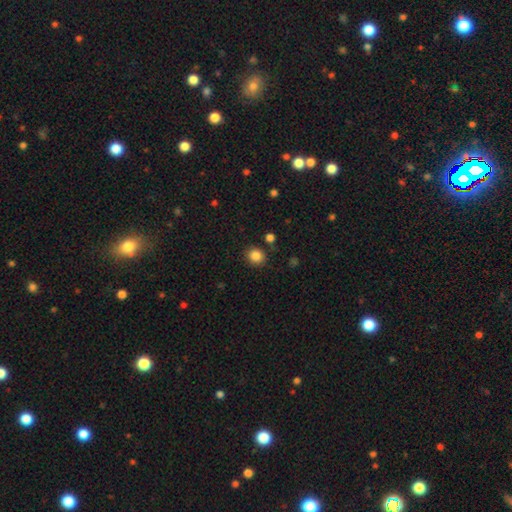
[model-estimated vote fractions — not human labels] This is clearly a smooth galaxy (85%). How rounded: likely round (79%). Merging: clearly none (86%).